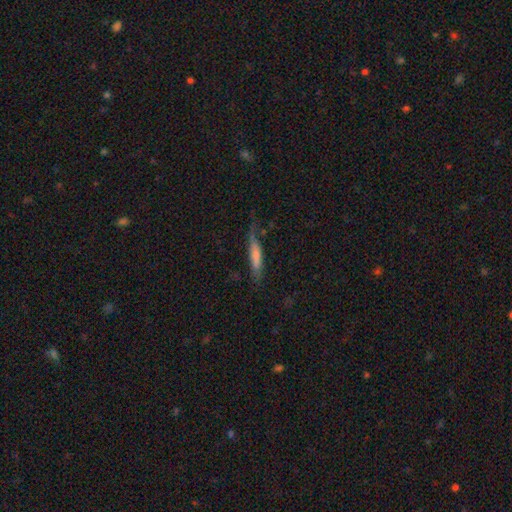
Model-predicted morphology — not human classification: Q: Smooth or featured?
A: smooth (62%); runner-up: featured or disk (32%)
Q: How rounded?
A: cigar-shaped (85%); runner-up: in between (13%)
Q: Merging?
A: none (58%); runner-up: minor disturbance (27%)